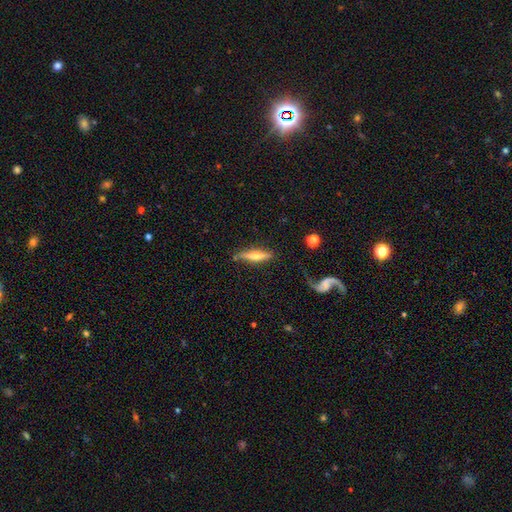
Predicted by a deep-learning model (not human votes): smooth_or_featured: featured or disk (p=0.49) [alt: smooth p=0.45]
merging: none (p=0.78) [alt: minor disturbance p=0.15]